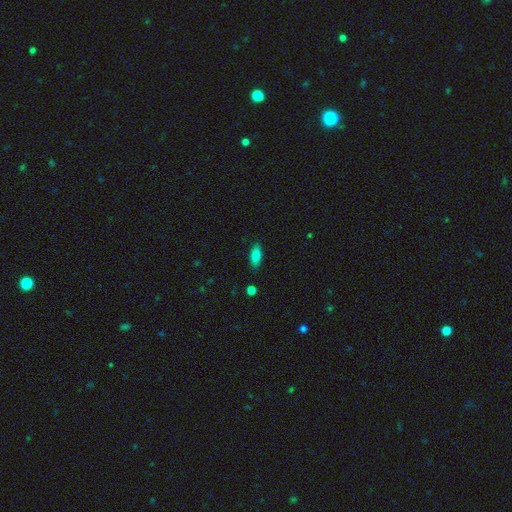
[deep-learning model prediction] Smooth or featured: smooth — 78% (featured or disk — 13%)
How rounded: in between — 79% (cigar-shaped — 18%)
Merging: none — 87% (minor disturbance — 10%)